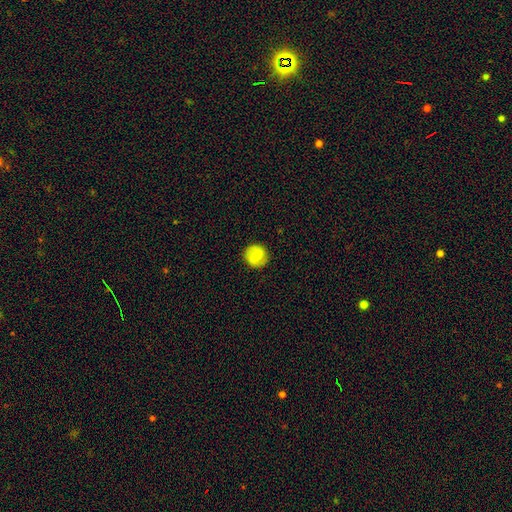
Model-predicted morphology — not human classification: The model was most divided on "smooth or featured": smooth: 55%, featured or disk: 38%, star or artifact: 8%. More confident: merging — none (88%); how rounded — round (86%).